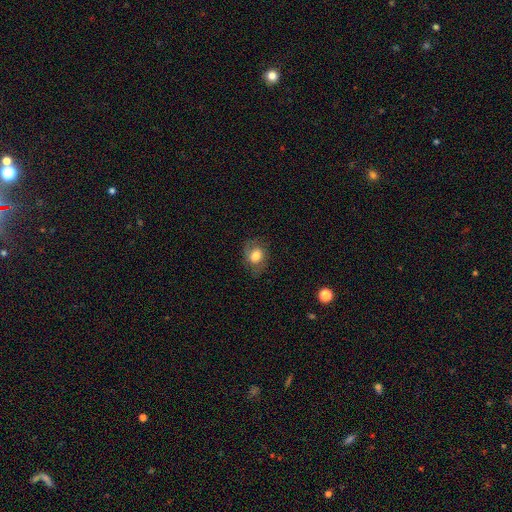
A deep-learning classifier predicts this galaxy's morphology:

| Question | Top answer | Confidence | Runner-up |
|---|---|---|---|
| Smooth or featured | smooth | 64% | featured or disk (27%) |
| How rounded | in between | 51% | round (48%) |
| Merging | none | 69% | minor disturbance (20%) |